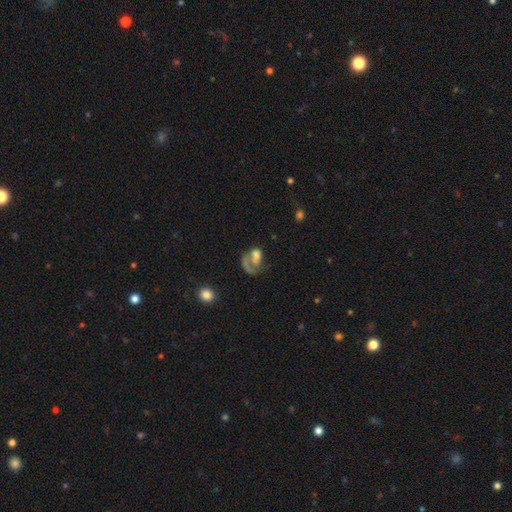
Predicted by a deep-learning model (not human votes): smooth_or_featured: featured or disk (p=0.45) [alt: smooth p=0.41]
merging: major disturbance (p=0.39) [alt: none p=0.26]